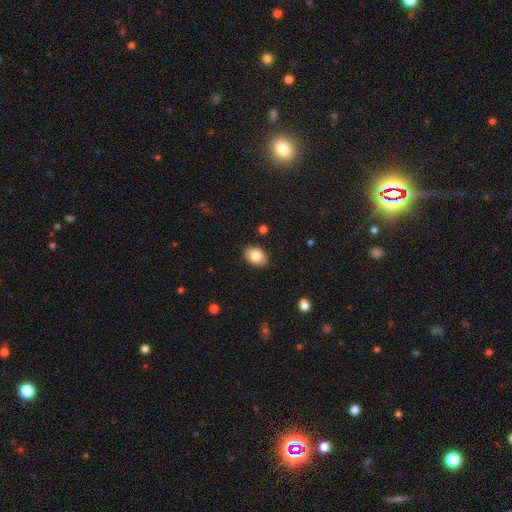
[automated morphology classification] Smooth or featured?
  - smooth: 84% *
  - featured or disk: 9%
  - star or artifact: 7%
How rounded?
  - in between: 85% *
  - round: 14%
  - cigar-shaped: 1%
Merging?
  - none: 89% *
  - minor disturbance: 8%
  - major disturbance: 2%
  - merger: 1%